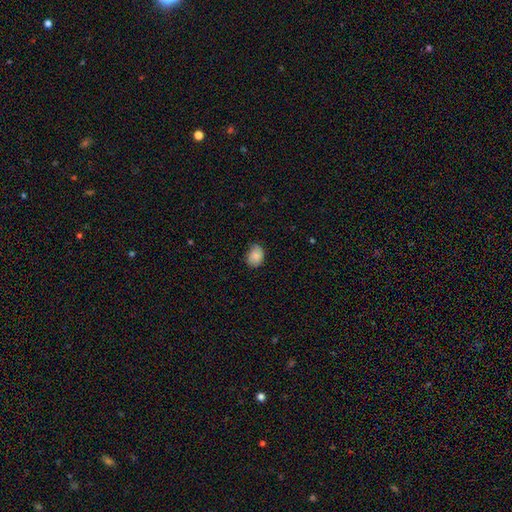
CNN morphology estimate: Smooth or featured? smooth (86%)
How rounded? in between (70%)
Merging? none (71%)